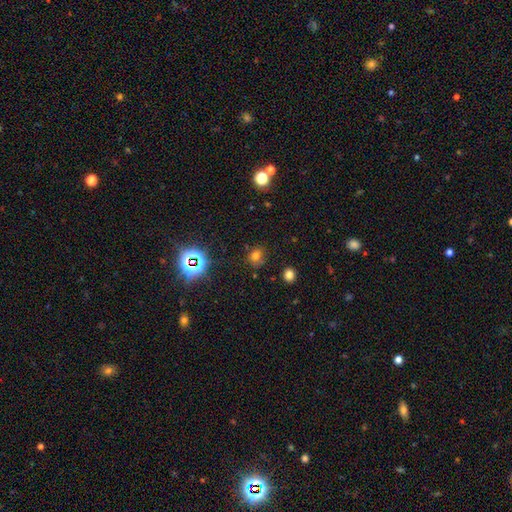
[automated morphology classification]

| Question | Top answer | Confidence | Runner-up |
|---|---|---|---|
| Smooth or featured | smooth | 64% | star or artifact (27%) |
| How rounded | round | 64% | in between (35%) |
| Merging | none | 74% | minor disturbance (17%) |